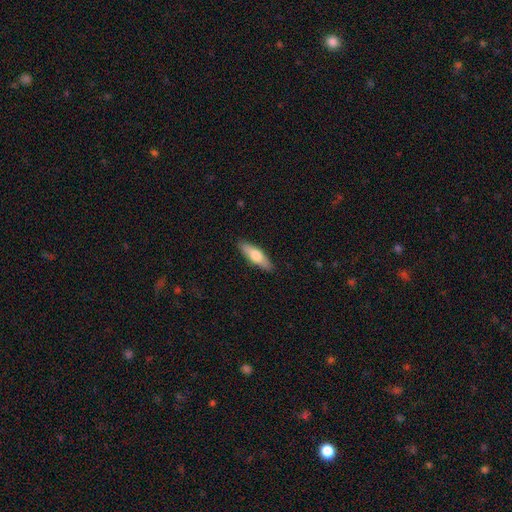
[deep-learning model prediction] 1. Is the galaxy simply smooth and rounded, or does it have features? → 65% smooth, 29% featured or disk, 5% star or artifact.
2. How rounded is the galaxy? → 54% cigar-shaped, 44% in between, 2% round.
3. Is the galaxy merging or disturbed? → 89% none, 8% minor disturbance, 2% major disturbance, 1% merger.